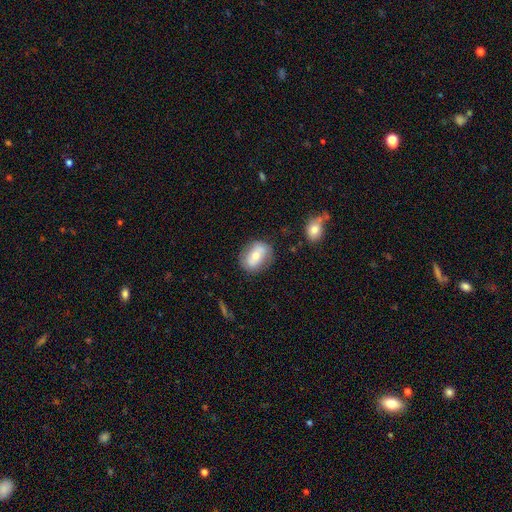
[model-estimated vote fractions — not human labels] Smooth or featured?
  - smooth: 56% *
  - featured or disk: 36%
  - star or artifact: 8%
How rounded?
  - in between: 65% *
  - round: 34%
  - cigar-shaped: 2%
Merging?
  - none: 76% *
  - minor disturbance: 16%
  - major disturbance: 5%
  - merger: 2%